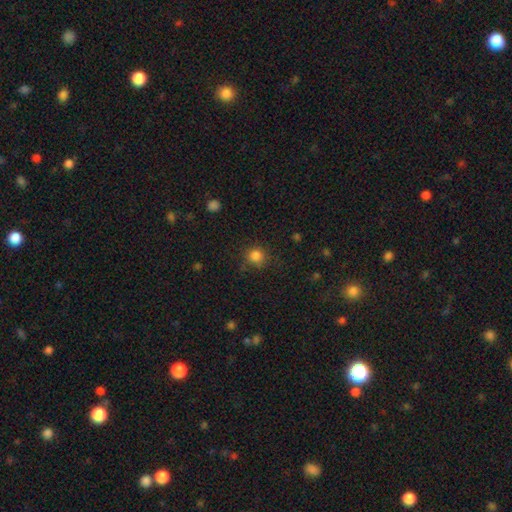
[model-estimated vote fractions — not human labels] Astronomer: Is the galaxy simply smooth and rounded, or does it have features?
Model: smooth — 84%.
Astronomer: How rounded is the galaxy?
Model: round — 89%.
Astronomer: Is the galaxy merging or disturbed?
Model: none — 81%.